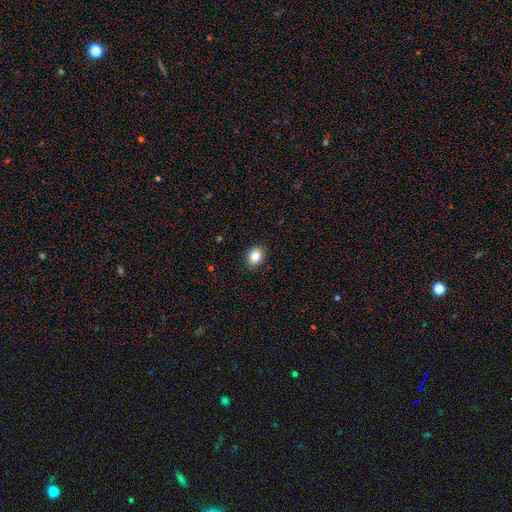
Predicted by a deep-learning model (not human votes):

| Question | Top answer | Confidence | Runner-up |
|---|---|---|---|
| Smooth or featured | smooth | 85% | star or artifact (9%) |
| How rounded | in between | 57% | round (42%) |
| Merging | none | 89% | minor disturbance (8%) |